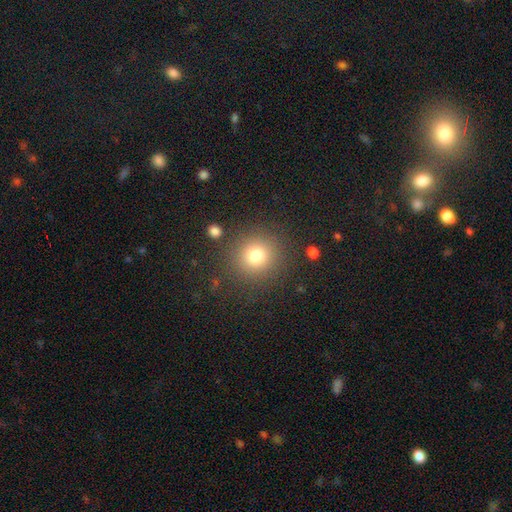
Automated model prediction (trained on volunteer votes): Overall: smooth (77%). How rounded: round (92%). Merging: none (85%).